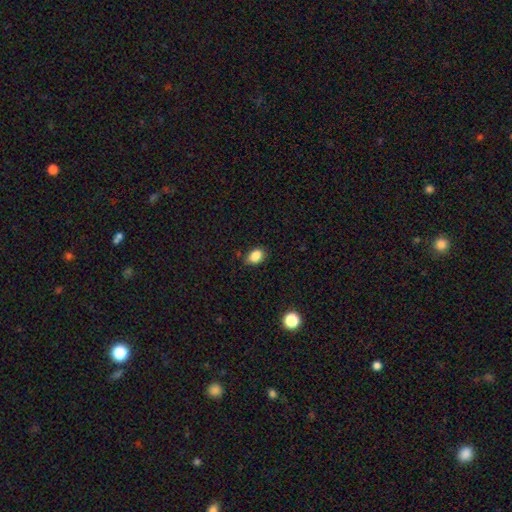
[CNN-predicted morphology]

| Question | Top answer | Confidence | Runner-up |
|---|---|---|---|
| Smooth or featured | smooth | 86% | star or artifact (10%) |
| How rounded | in between | 80% | round (18%) |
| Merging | none | 77% | minor disturbance (18%) |